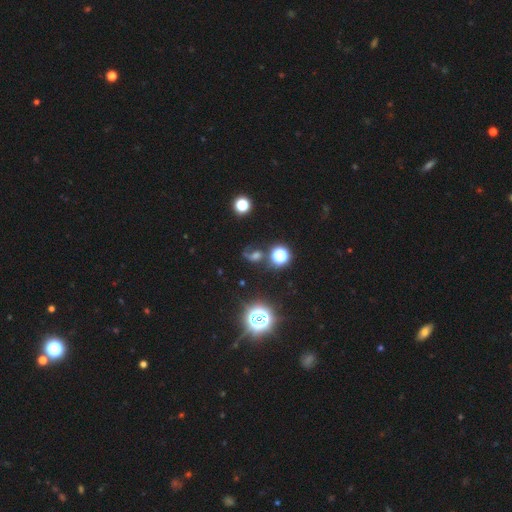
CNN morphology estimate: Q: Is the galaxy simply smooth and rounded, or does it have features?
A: featured or disk — 38%.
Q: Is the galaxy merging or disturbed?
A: none — 54%.